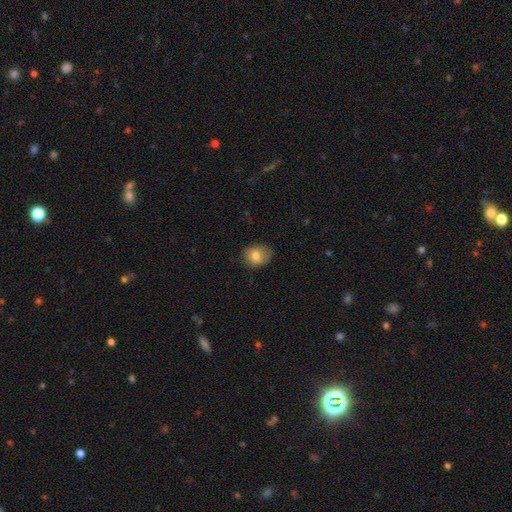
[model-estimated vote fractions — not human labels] This appears to be a smooth galaxy with no disk features (79%) that is round (58%). Merging: none (75%).